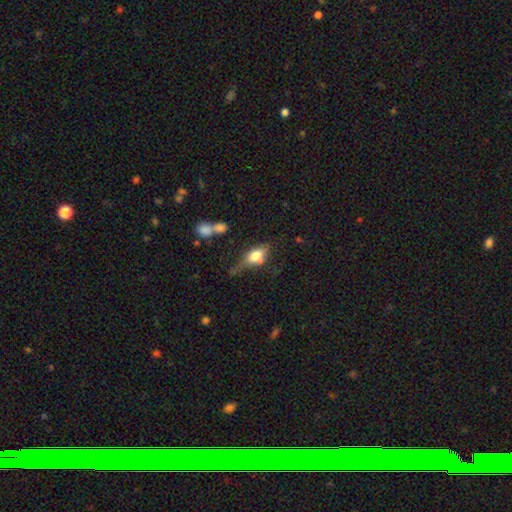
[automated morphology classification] The model was most divided on "merging": none: 39%, minor disturbance: 27%, major disturbance: 20%, merger: 15%. More confident: how rounded — in between (76%); smooth or featured — smooth (58%).